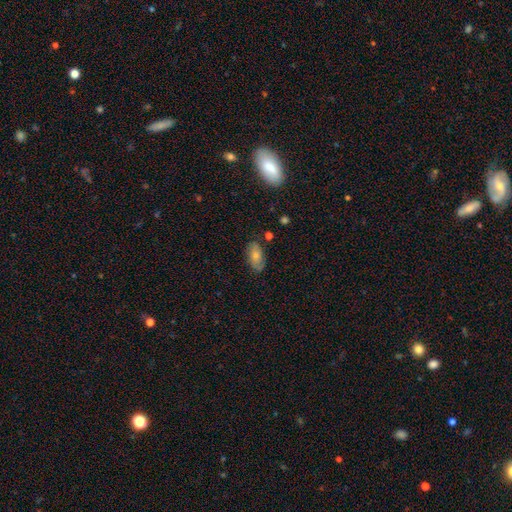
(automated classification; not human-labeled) The model was most divided on "smooth or featured": smooth: 67%, featured or disk: 25%, star or artifact: 8%. More confident: how rounded — in between (92%); merging — none (76%).